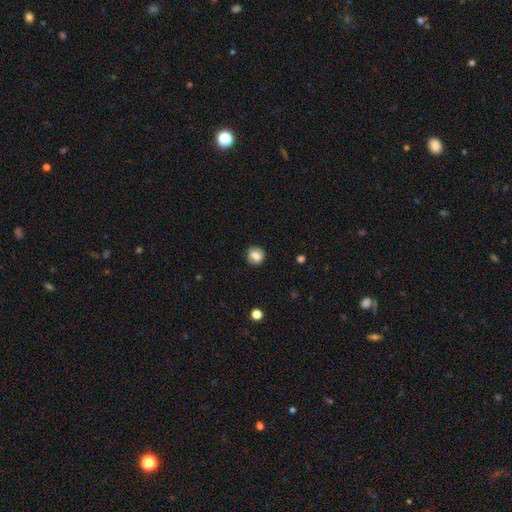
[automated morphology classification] smooth 76%, featured or disk 15%, star or artifact 9%. Down the decision tree: how rounded — round (80%); merging — none (84%).